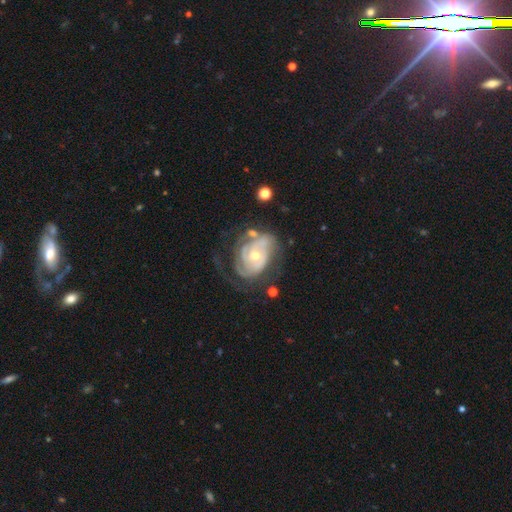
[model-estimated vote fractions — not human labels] smooth-or-featured: featured or disk: 87% | smooth: 8% | star or artifact: 5%
  disk-edge-on: no: 97% | yes: 3%
    bar: no: 66% | weak: 26% | strong: 8%
    has-spiral-arms: yes: 94% | no: 6%
      spiral-winding: tight: 63% | medium: 28% | loose: 9%
      spiral-arm-count: 2: 36% | can't tell: 28% | 3: 21% | 1: 6% | 4: 6% | more than 4: 4%
    bulge-size: moderate: 52% | small: 44% | large: 2% | none: 1% | dominant: 1%
  merging: none: 51% | minor disturbance: 24% | major disturbance: 21% | merger: 5%